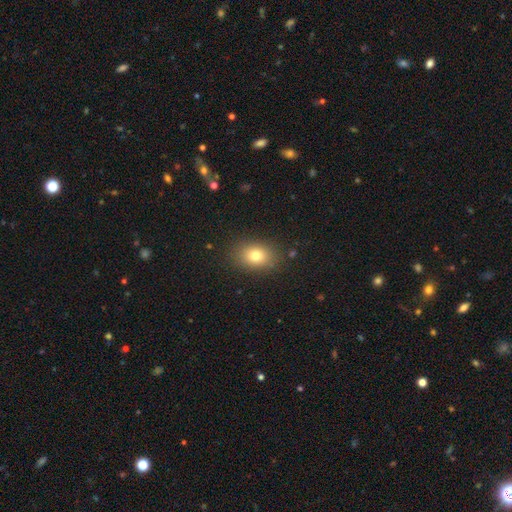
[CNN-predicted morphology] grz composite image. It shows a smooth galaxy with no disk features (78%) that is in between round and cigar-shaped (69%). Merging: none (86%).